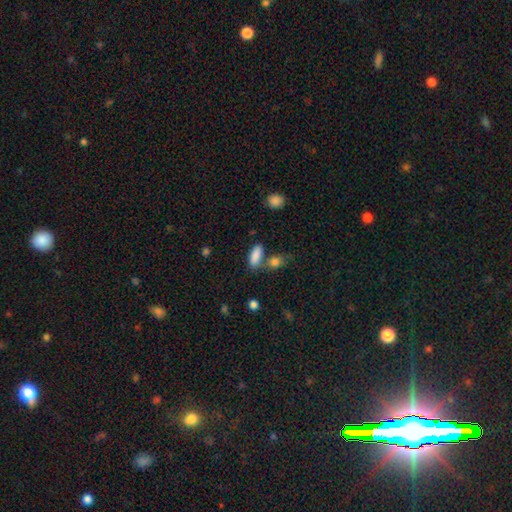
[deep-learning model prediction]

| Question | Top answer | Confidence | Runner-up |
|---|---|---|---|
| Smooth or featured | smooth | 86% | star or artifact (8%) |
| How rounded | in between | 77% | cigar-shaped (20%) |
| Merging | none | 61% | merger (20%) |